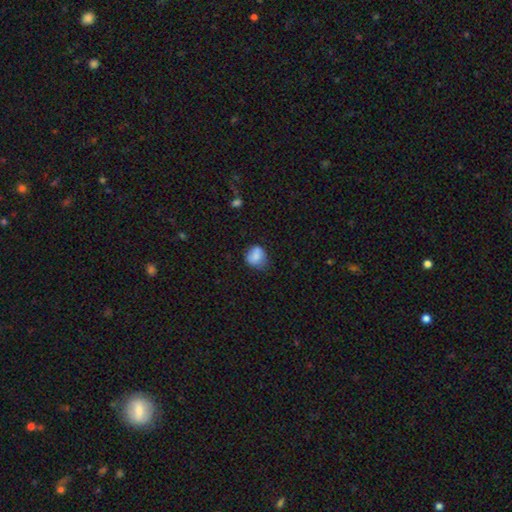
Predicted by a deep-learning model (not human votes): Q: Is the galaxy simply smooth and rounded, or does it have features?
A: smooth — 79%.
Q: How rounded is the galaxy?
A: round — 70%.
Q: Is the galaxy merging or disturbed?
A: none — 55%.